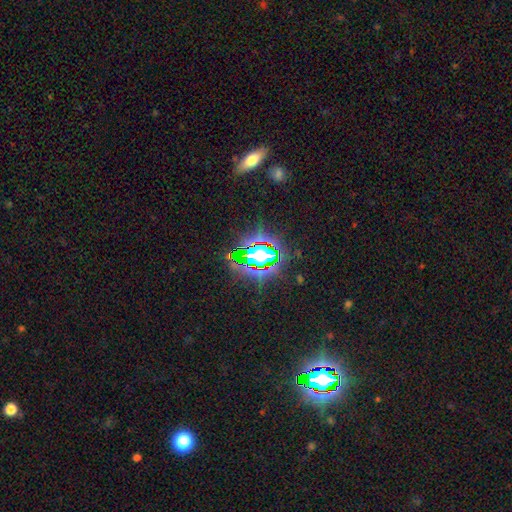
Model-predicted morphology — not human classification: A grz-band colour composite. It shows a star or artifact, not a galaxy (77%).